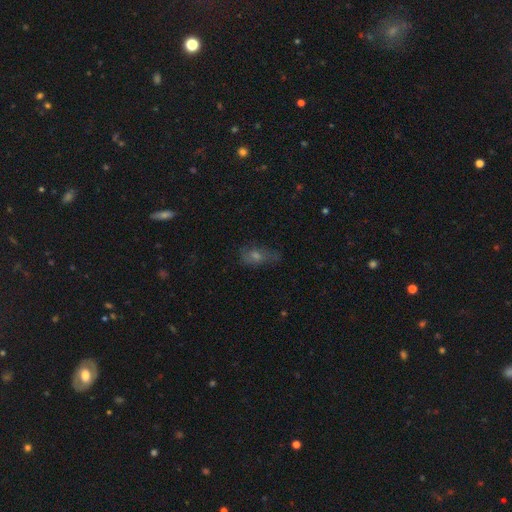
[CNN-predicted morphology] A smooth galaxy with no disk features (44%). Merging: none (59%).